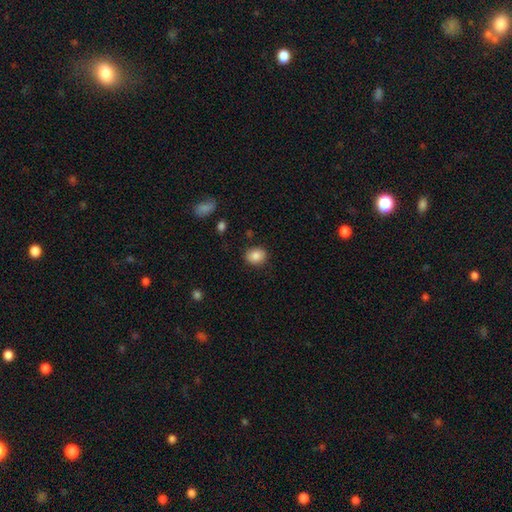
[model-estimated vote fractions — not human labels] Q: Smooth or featured?
A: smooth (86%); runner-up: star or artifact (8%)
Q: How rounded?
A: round (58%); runner-up: in between (41%)
Q: Merging?
A: none (86%); runner-up: minor disturbance (10%)